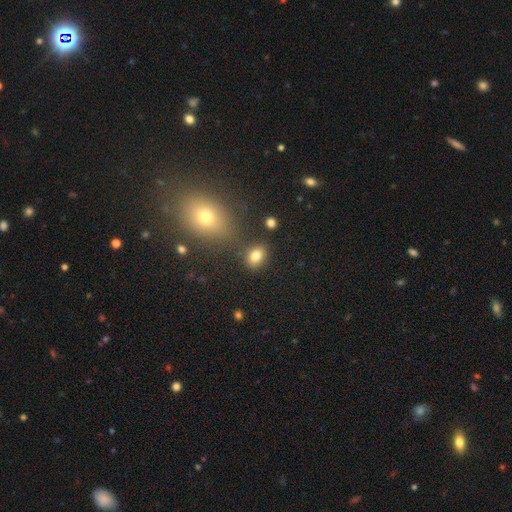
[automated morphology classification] type=smooth (81%); roundness=in between (69%); merging=none (77%).